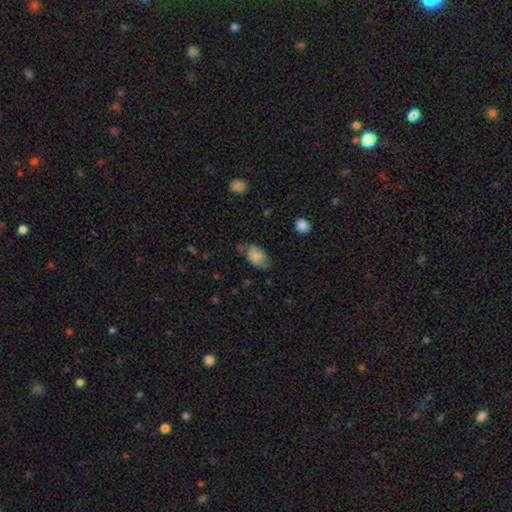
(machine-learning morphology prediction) A smooth galaxy with no disk features (77%) that is in between round and cigar-shaped (90%).

Vote fractions:
- Smooth or featured? smooth: 77% / featured or disk: 15% / star or artifact: 9%
- How rounded? in between: 90% / round: 8% / cigar-shaped: 2%
- Merging? none: 52% / minor disturbance: 33% / major disturbance: 11% / merger: 4%